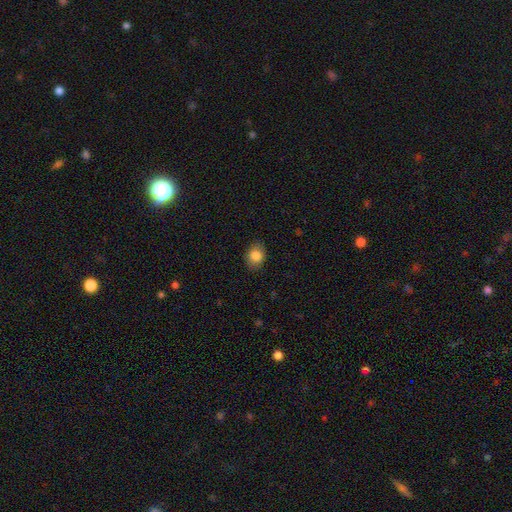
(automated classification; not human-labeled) Smooth or featured?
  - smooth: 83% *
  - star or artifact: 9%
  - featured or disk: 8%
How rounded?
  - in between: 59% *
  - round: 40%
  - cigar-shaped: 1%
Merging?
  - none: 85% *
  - minor disturbance: 11%
  - major disturbance: 3%
  - merger: 1%